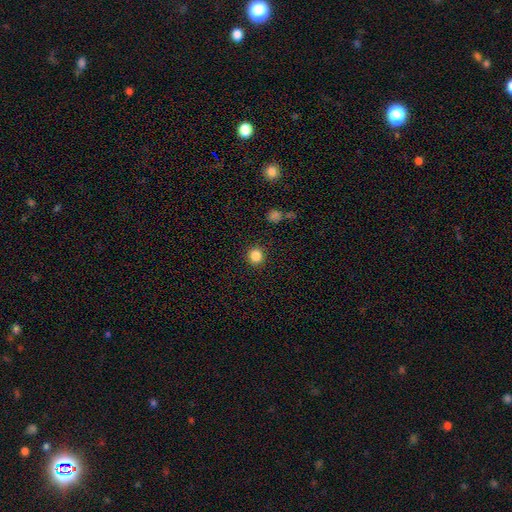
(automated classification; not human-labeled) Smooth or featured? smooth (85%)
How rounded? round (88%)
Merging? none (90%)